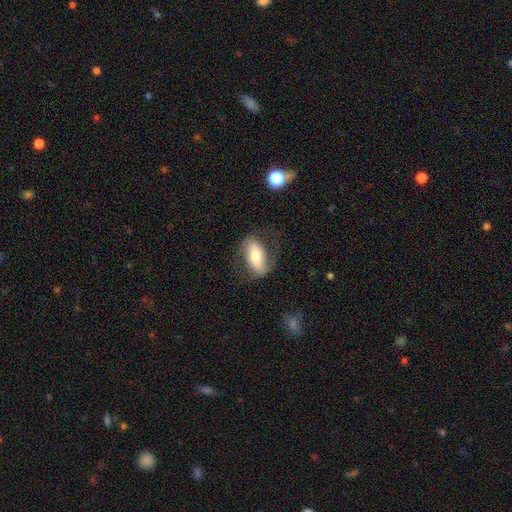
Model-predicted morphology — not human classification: The model was most divided on "smooth or featured": smooth: 52%, featured or disk: 41%, star or artifact: 7%. More confident: how rounded — in between (84%); merging — none (69%).